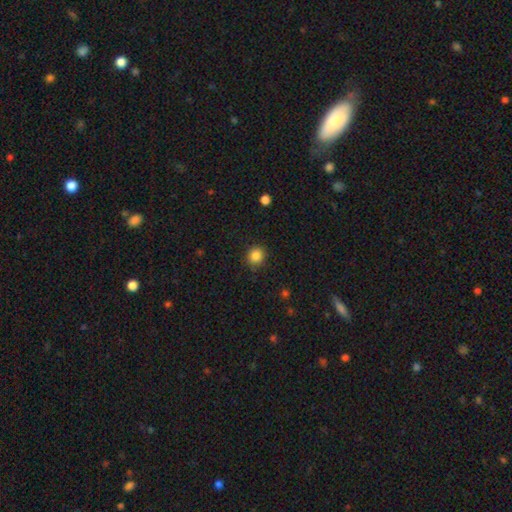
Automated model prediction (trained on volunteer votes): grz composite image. It shows a smooth galaxy with no disk features (85%) that is round (87%). Merging: none (88%).